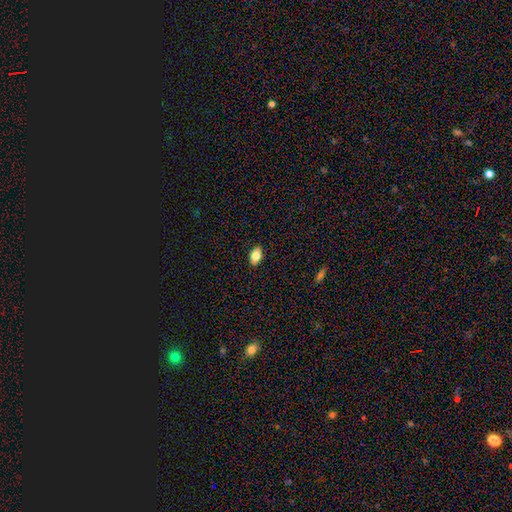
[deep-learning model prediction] This is likely a smooth galaxy (77%). How rounded: clearly in between (86%). Merging: clearly none (88%).